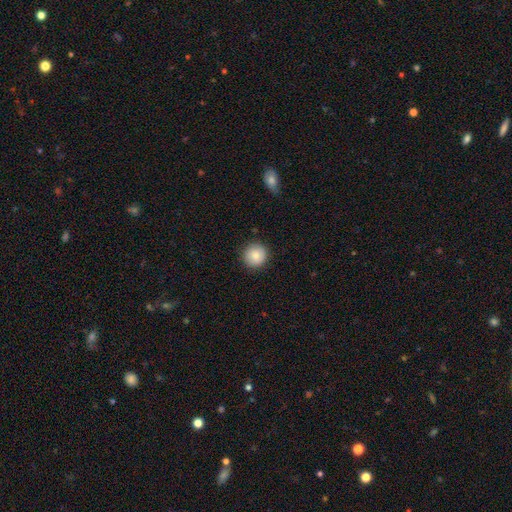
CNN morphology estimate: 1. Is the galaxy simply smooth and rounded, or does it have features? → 84% smooth, 8% star or artifact, 8% featured or disk.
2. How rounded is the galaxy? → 93% round, 6% in between, 1% cigar-shaped.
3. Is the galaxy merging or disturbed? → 90% none, 7% minor disturbance, 2% major disturbance, 1% merger.